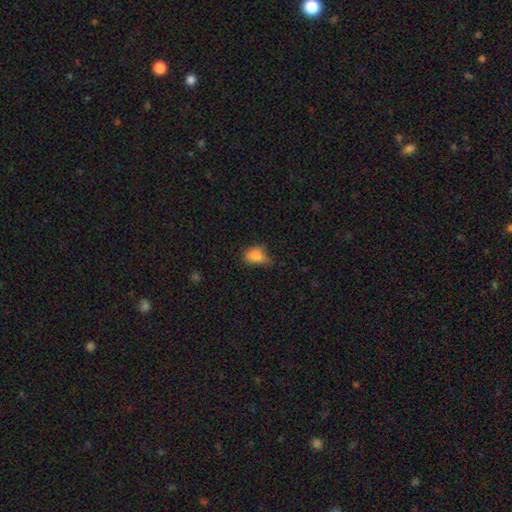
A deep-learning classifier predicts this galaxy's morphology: type=smooth (81%); roundness=in between (79%); merging=none (42%).